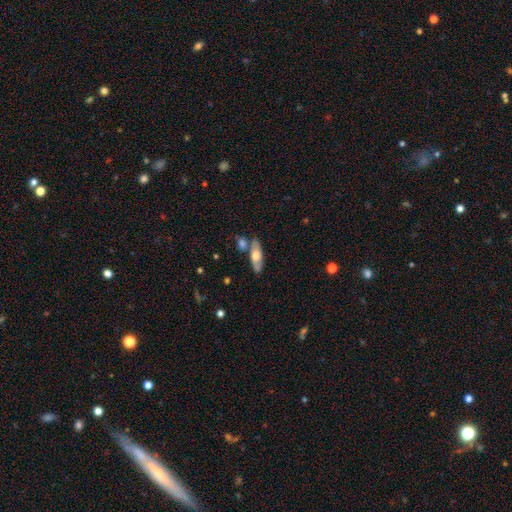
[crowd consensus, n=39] A smooth galaxy with no disk features (59%) that is in between round and cigar-shaped (61%). Merging: none (87%).